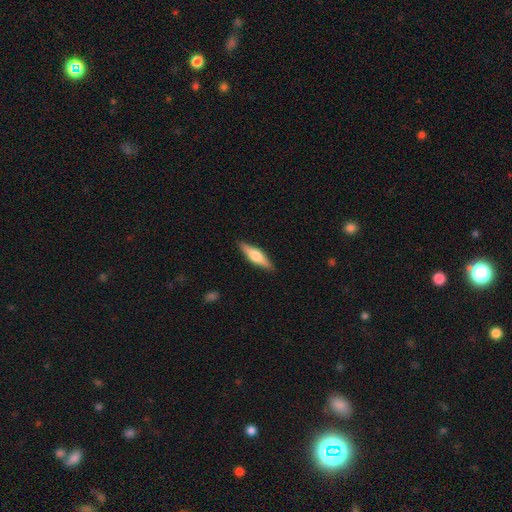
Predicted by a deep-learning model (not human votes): smooth-or-featured: featured or disk: 48% | smooth: 47% | star or artifact: 6%
  merging: none: 89% | minor disturbance: 8% | major disturbance: 2% | merger: 1%